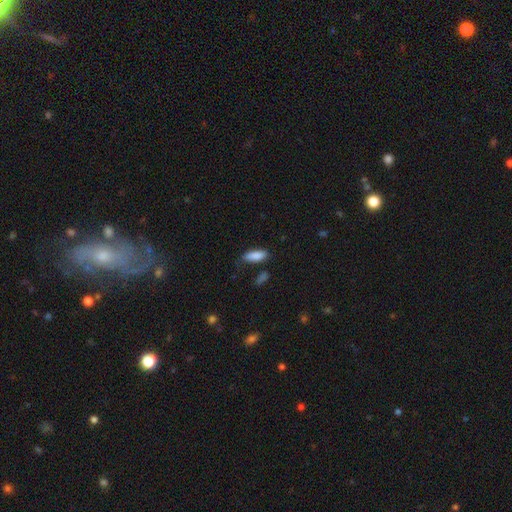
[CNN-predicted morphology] Smooth or featured?
  - smooth: 87% *
  - star or artifact: 7%
  - featured or disk: 6%
How rounded?
  - in between: 67% *
  - cigar-shaped: 31%
  - round: 2%
Merging?
  - none: 68% *
  - minor disturbance: 23%
  - major disturbance: 5%
  - merger: 4%